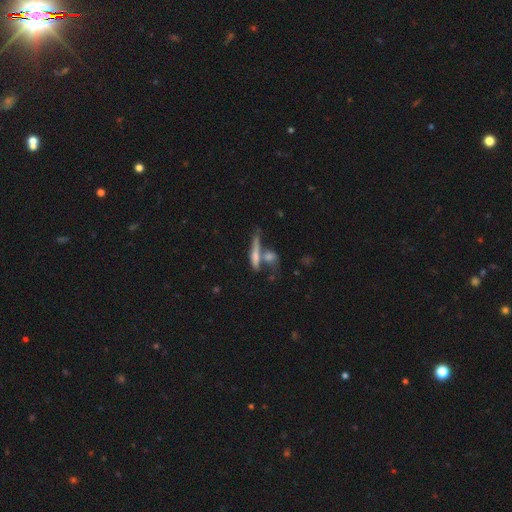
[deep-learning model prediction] Smooth or featured? Predicted: smooth (p=0.49). Merging? Predicted: none (p=0.41).